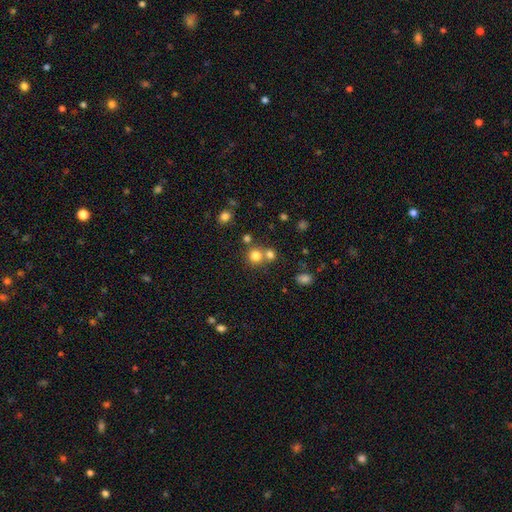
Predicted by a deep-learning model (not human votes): smooth-or-featured: smooth: 77% | star or artifact: 15% | featured or disk: 8%
  how-rounded: round: 91% | in between: 8% | cigar-shaped: 1%
  merging: none: 59% | merger: 31% | minor disturbance: 7% | major disturbance: 3%